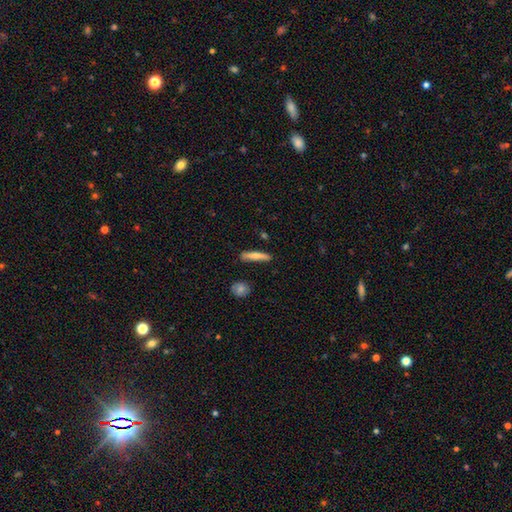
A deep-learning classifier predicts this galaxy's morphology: A smooth galaxy with no disk features (65%) that is cigar-shaped (85%).

Vote fractions:
- Smooth or featured? smooth: 65% / featured or disk: 29% / star or artifact: 6%
- How rounded? cigar-shaped: 85% / in between: 12% / round: 2%
- Merging? none: 84% / minor disturbance: 11% / major disturbance: 2% / merger: 2%